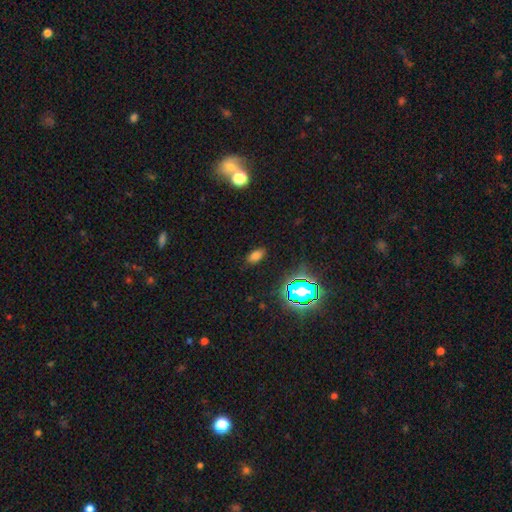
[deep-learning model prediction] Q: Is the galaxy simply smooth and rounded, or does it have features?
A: smooth — 68%.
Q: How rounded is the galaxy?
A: in between — 90%.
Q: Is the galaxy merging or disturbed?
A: none — 85%.